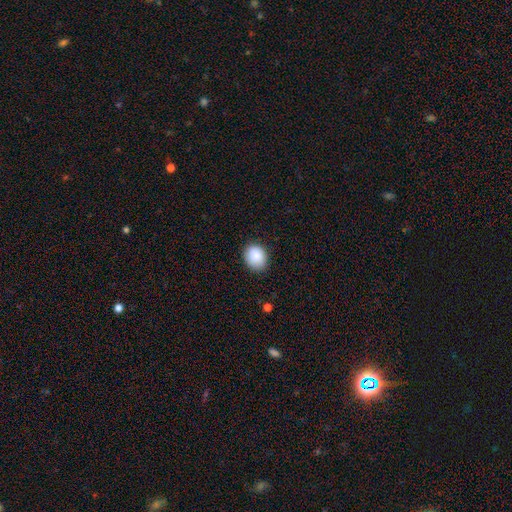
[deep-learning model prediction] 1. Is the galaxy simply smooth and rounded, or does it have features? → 87% smooth, 8% star or artifact, 6% featured or disk.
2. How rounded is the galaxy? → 51% round, 48% in between, 1% cigar-shaped.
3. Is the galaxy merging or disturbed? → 86% none, 11% minor disturbance, 2% major disturbance, 1% merger.